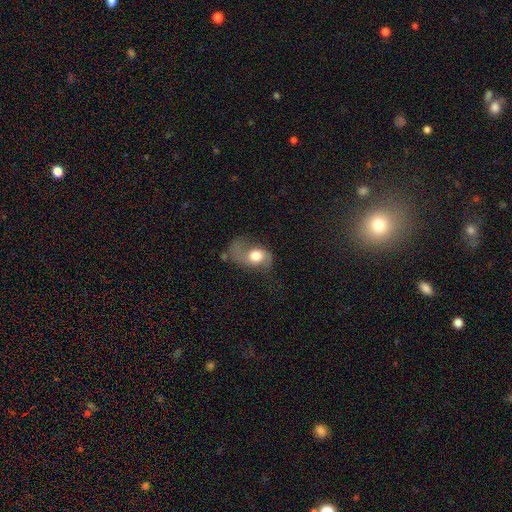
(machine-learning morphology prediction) This appears to be a featured or disk galaxy (55%) with no bar (73%), spiral arms (77%) and a moderate central bulge (45%). Merging: major disturbance (43%).